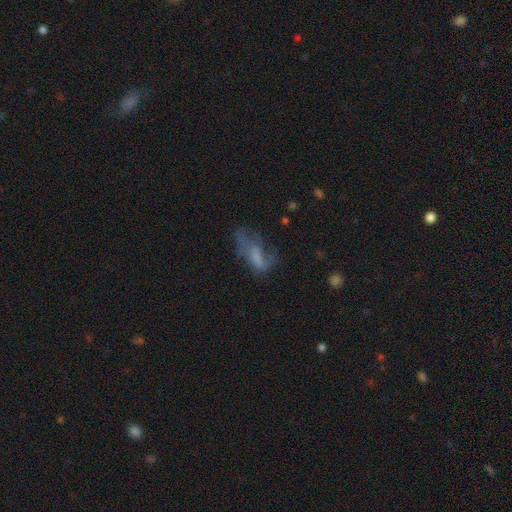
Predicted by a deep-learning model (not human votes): smooth-or-featured: featured or disk: 45% | smooth: 41% | star or artifact: 15%
  merging: major disturbance: 43% | none: 31% | minor disturbance: 21% | merger: 5%